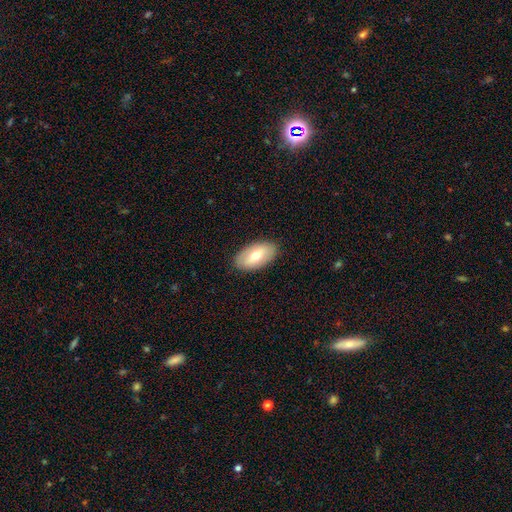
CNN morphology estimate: type=smooth (58%); roundness=in between (94%); merging=none (87%).